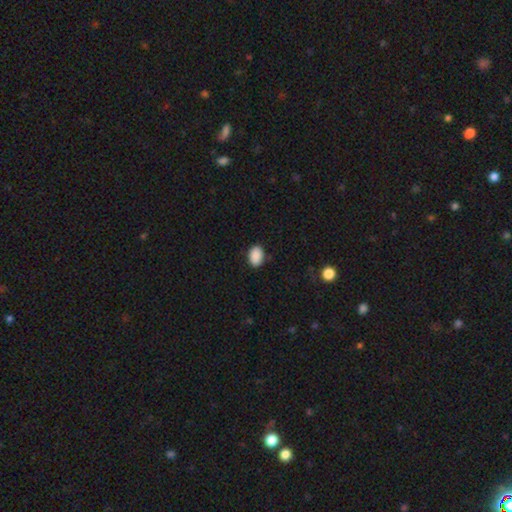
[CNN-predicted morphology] smooth_or_featured: smooth (p=0.90) [alt: star or artifact p=0.07]
how_rounded: in between (p=0.85) [alt: round p=0.14]
merging: none (p=0.86) [alt: minor disturbance p=0.10]